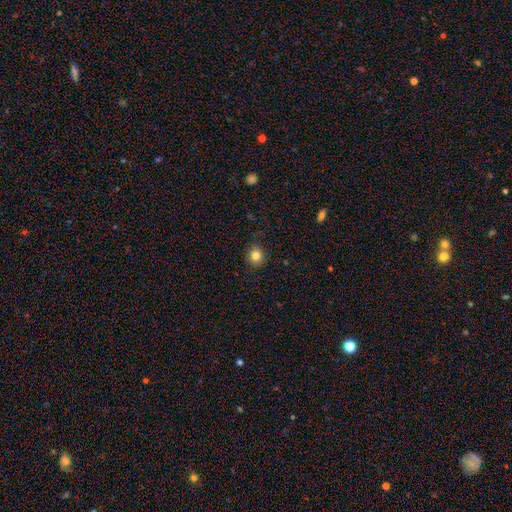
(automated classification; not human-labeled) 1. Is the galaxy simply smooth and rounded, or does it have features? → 83% smooth, 11% star or artifact, 6% featured or disk.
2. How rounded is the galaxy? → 84% round, 15% in between, 1% cigar-shaped.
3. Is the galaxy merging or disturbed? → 90% none, 7% minor disturbance, 2% major disturbance, 1% merger.